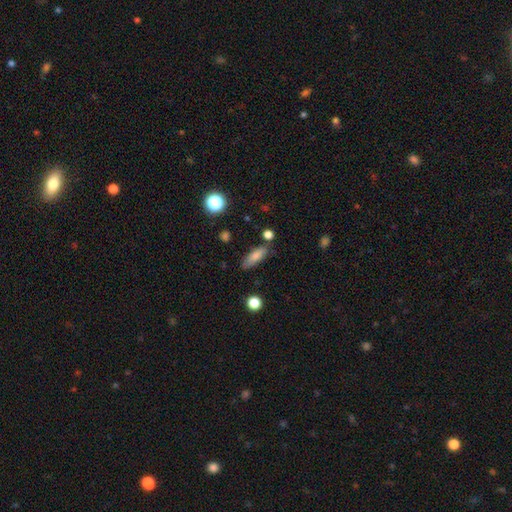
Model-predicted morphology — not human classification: This appears to be a smooth galaxy with no disk features (80%) that is in between round and cigar-shaped (59%). Merging: none (76%).